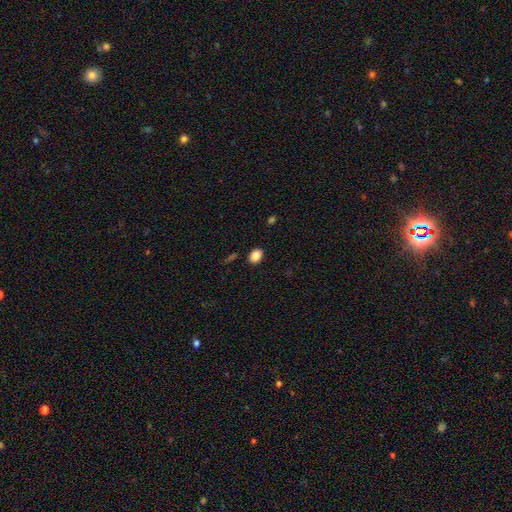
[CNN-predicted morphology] Smooth or featured? Predicted: smooth (p=0.86). How rounded? Predicted: in between (p=0.61). Merging? Predicted: none (p=0.88).